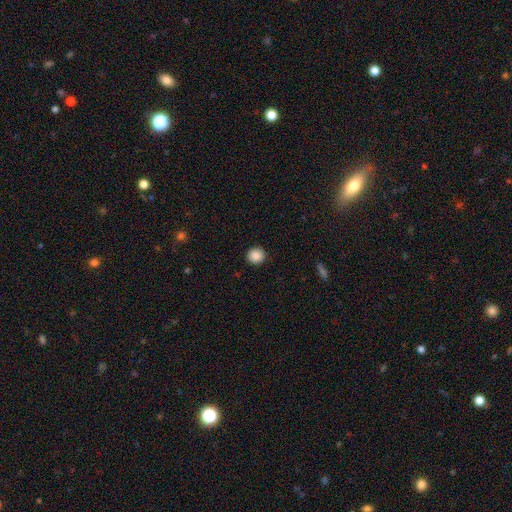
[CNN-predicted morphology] Smooth or featured? smooth (88%)
How rounded? round (93%)
Merging? none (92%)